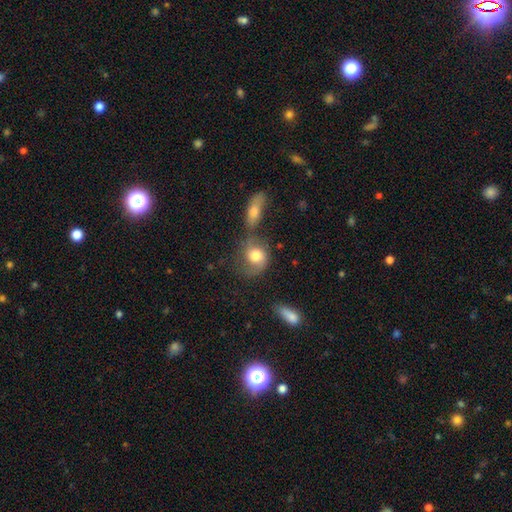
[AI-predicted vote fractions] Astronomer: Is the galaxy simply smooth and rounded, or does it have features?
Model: smooth — 59%.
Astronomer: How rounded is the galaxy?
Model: round — 63%.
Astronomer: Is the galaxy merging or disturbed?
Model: none — 41% (runner-up: merger, 26%).